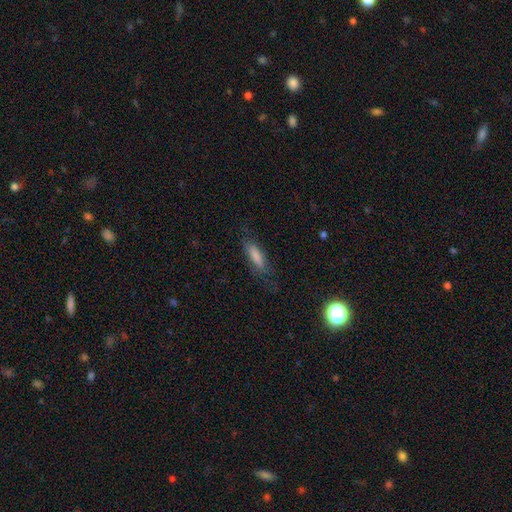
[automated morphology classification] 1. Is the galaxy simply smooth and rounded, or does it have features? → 67% smooth, 21% featured or disk, 12% star or artifact.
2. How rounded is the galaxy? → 64% cigar-shaped, 33% in between, 3% round.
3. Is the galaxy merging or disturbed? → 75% none, 17% minor disturbance, 7% major disturbance, 1% merger.